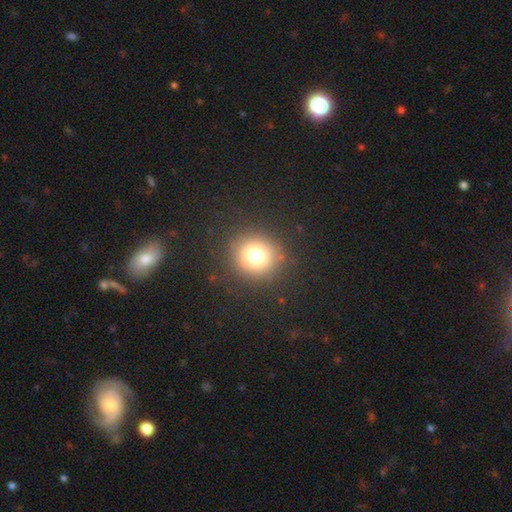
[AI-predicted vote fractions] Morphology: type=smooth (73%); roundness=round (88%); merging=none (87%).